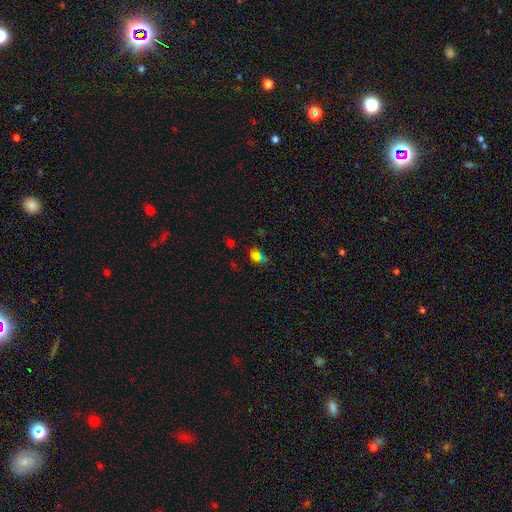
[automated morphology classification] Overall: smooth (66%). How rounded: in between (66%; round 32%). Merging: none (69%).